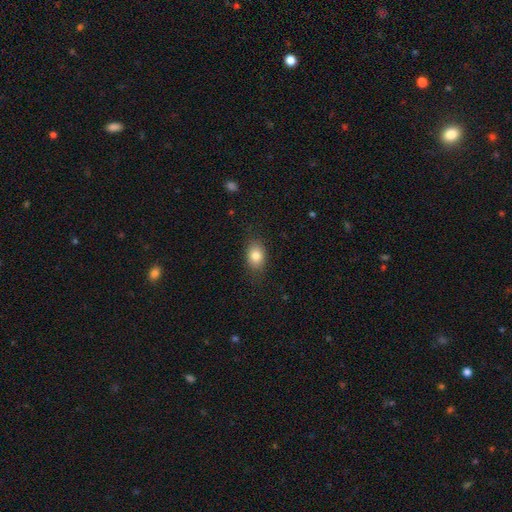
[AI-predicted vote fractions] A smooth galaxy with no disk features (84%) that is in between round and cigar-shaped (74%).

Vote fractions:
- Smooth or featured? smooth: 84% / star or artifact: 9% / featured or disk: 8%
- How rounded? in between: 74% / round: 25% / cigar-shaped: 2%
- Merging? none: 80% / minor disturbance: 15% / major disturbance: 4% / merger: 1%